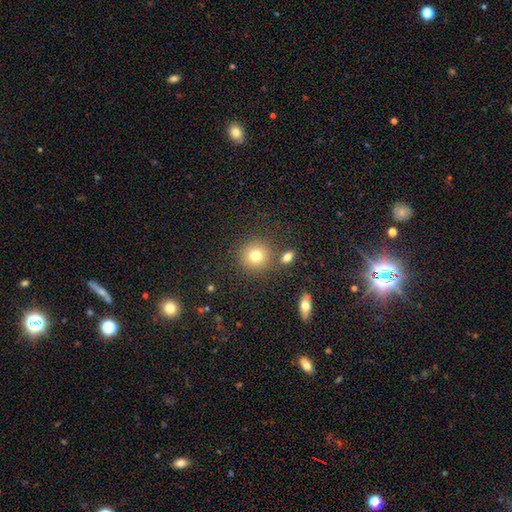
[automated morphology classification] This appears to be a smooth galaxy with no disk features (77%) that is round (92%). Merging: none (81%).